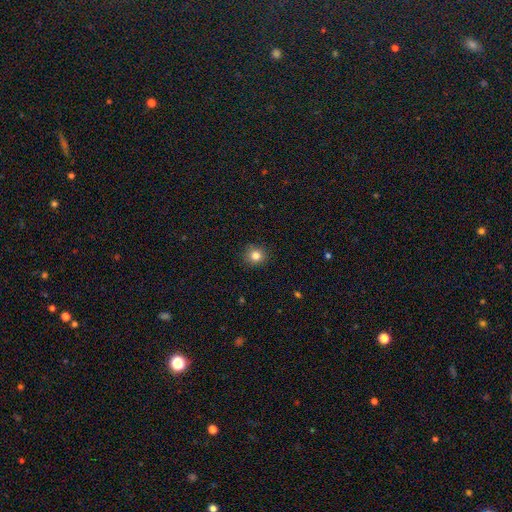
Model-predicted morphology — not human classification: Smooth or featured? Predicted: smooth (p=0.83). How rounded? Predicted: round (p=0.89). Merging? Predicted: none (p=0.90).